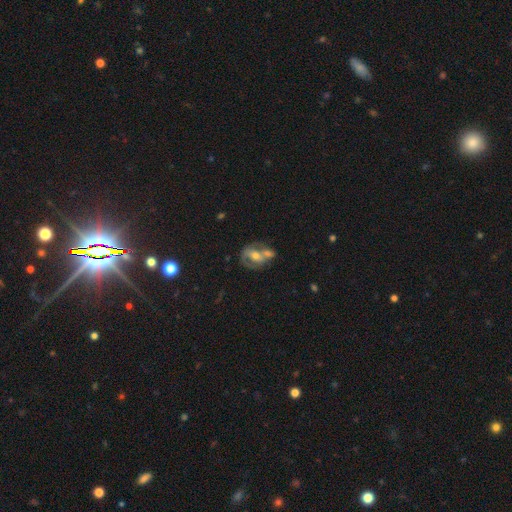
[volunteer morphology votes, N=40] This is likely a featured or disk galaxy (60%). It is clearly not viewed edge-on (96%). Bar: possibly no (52%). Spiral arm pattern: likely yes (61%). Spiral arm count: likely 2 (79%). Spiral winding: likely medium (64%). Central bulge: possibly moderate (48%, tied with small). Merging: possibly merger (54%).